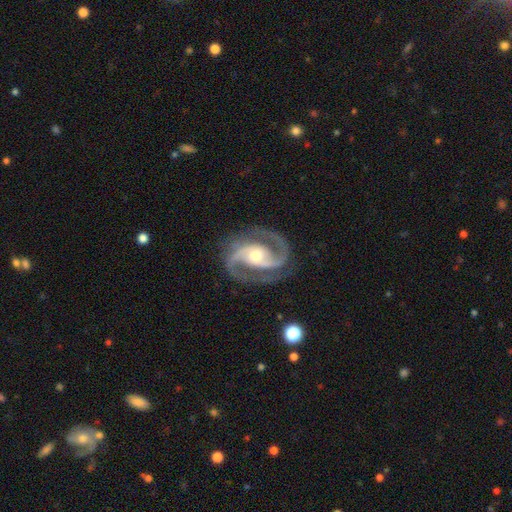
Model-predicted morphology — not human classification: Overall: featured or disk (93%). Edge-on disk: no (98%). Bar: no (42%; weak 34%). Spiral arms: yes (99%). Spiral arm count: 2 (93%). Spiral winding: medium (63%; tight 26%). Bulge size: moderate (62%; small 31%). Merging: none (82%).